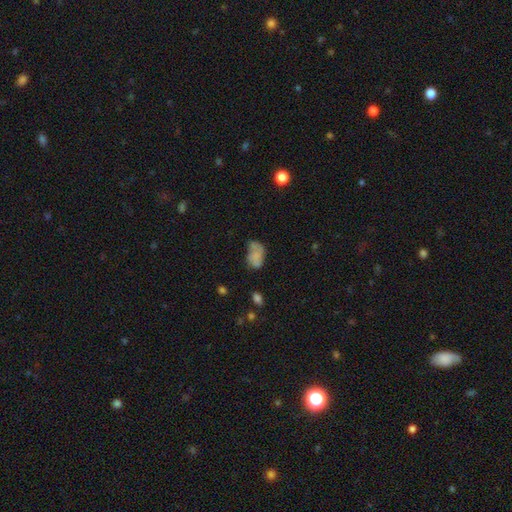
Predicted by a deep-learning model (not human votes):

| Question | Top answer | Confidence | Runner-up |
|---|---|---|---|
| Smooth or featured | smooth | 66% | featured or disk (23%) |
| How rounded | in between | 86% | round (12%) |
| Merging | none | 36% | minor disturbance (31%) |